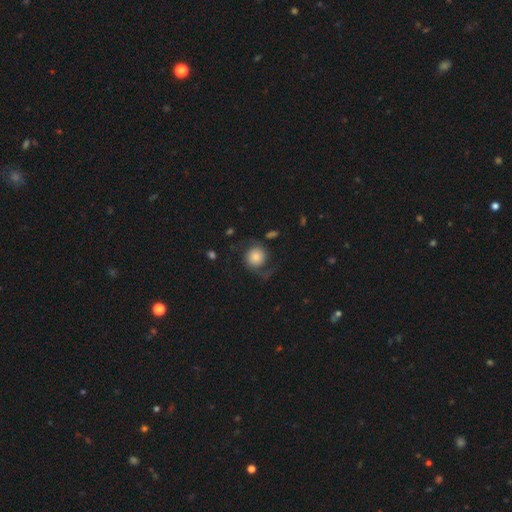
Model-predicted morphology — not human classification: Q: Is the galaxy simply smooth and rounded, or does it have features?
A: smooth — 51%.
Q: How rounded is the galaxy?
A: round — 87%.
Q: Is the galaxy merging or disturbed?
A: none — 62%.